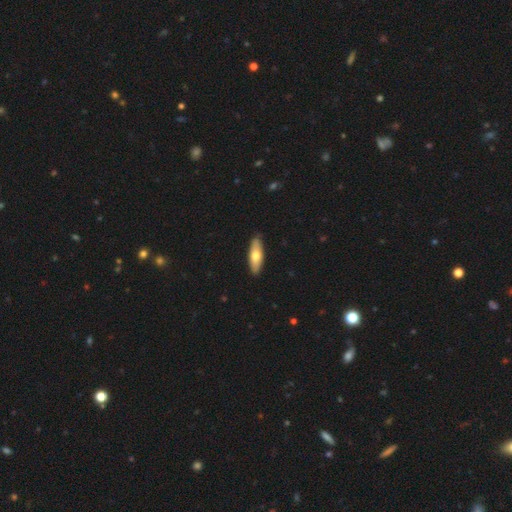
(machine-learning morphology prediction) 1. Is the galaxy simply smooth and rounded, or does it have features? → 64% smooth, 31% featured or disk, 5% star or artifact.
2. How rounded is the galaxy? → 52% in between, 46% cigar-shaped, 2% round.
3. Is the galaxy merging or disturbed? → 88% none, 9% minor disturbance, 2% major disturbance, 1% merger.